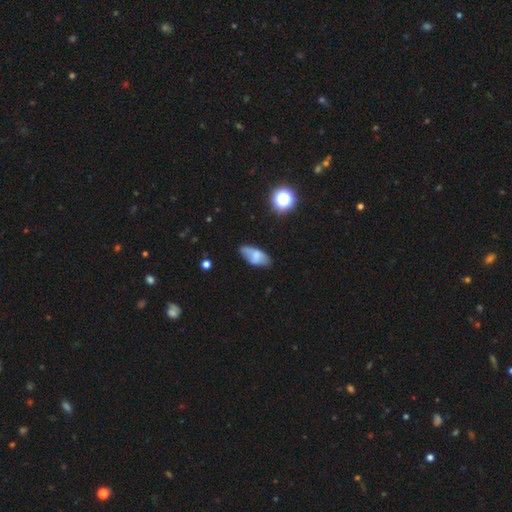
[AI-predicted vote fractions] Smooth or featured? smooth (64%)
How rounded? in between (89%)
Merging? none (60%)